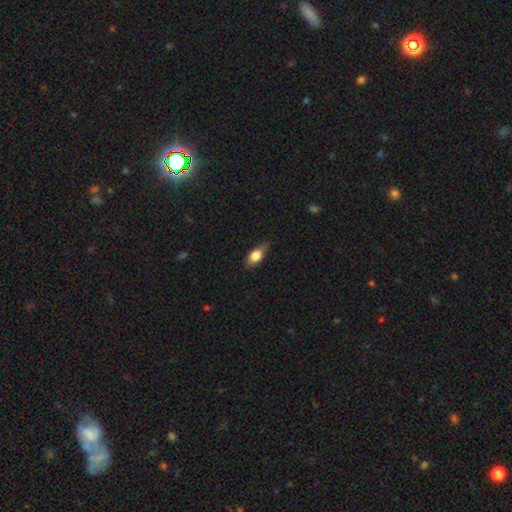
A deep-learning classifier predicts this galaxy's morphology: A smooth galaxy with no disk features (72%) that is in between round and cigar-shaped (79%).

Vote fractions:
- Smooth or featured? smooth: 72% / featured or disk: 21% / star or artifact: 7%
- How rounded? in between: 79% / cigar-shaped: 15% / round: 6%
- Merging? none: 75% / minor disturbance: 20% / major disturbance: 4% / merger: 1%